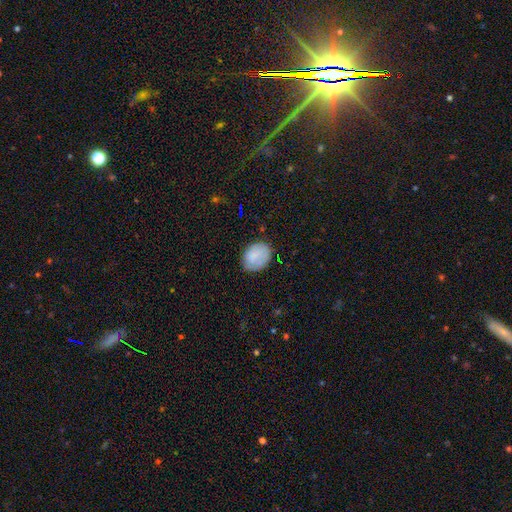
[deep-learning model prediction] Smooth or featured: smooth — 80% (featured or disk — 12%)
How rounded: in between — 66% (round — 33%)
Merging: none — 75% (minor disturbance — 19%)